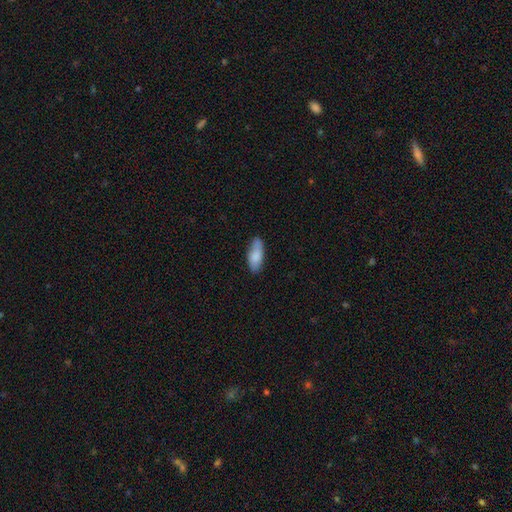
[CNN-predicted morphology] Smooth or featured? Predicted: smooth (p=0.82). How rounded? Predicted: in between (p=0.77). Merging? Predicted: none (p=0.78).